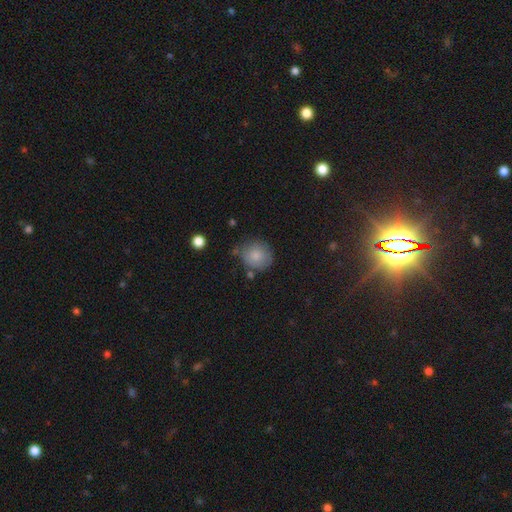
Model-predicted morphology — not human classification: Smooth or featured: smooth — 81% (featured or disk — 11%)
How rounded: round — 84% (in between — 15%)
Merging: none — 64% (minor disturbance — 23%)